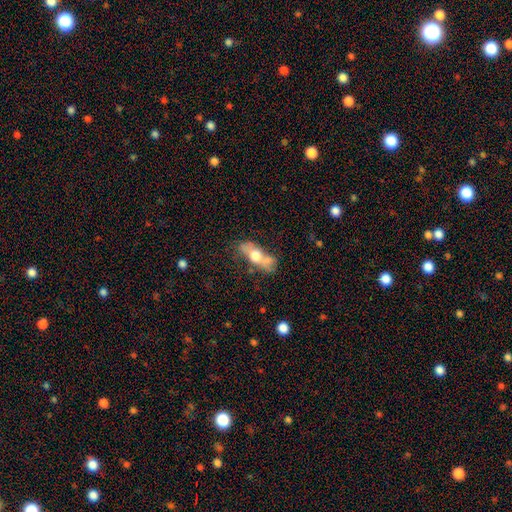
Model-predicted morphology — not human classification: Smooth or featured? Predicted: smooth (p=0.47). Merging? Predicted: none (p=0.47).